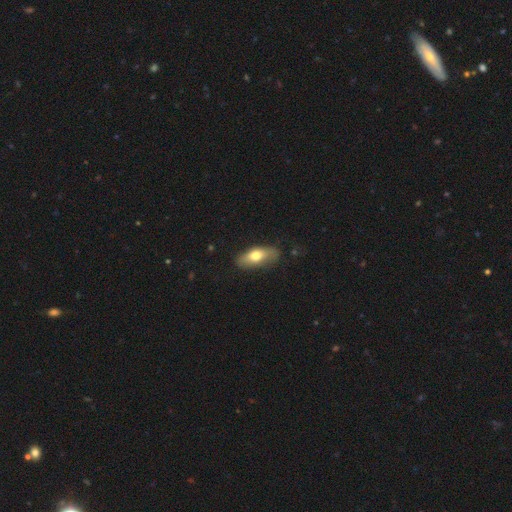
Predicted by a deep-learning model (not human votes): smooth-or-featured: smooth: 66% | featured or disk: 28% | star or artifact: 6%
  how-rounded: in between: 78% | cigar-shaped: 19% | round: 3%
  merging: none: 77% | minor disturbance: 18% | major disturbance: 4% | merger: 1%